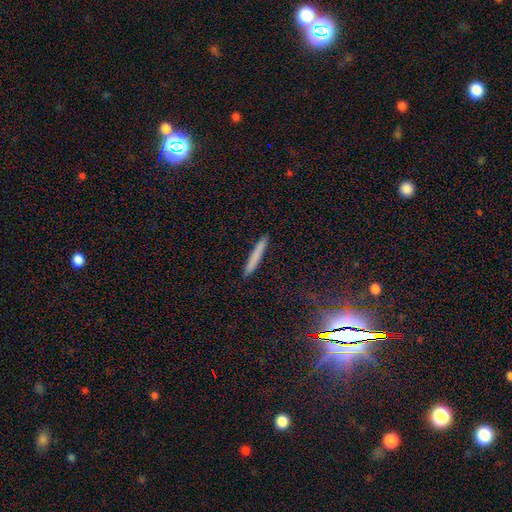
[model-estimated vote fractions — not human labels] The model was most divided on "smooth or featured": smooth: 73%, featured or disk: 19%, star or artifact: 9%. More confident: how rounded — cigar-shaped (96%); merging — none (90%).